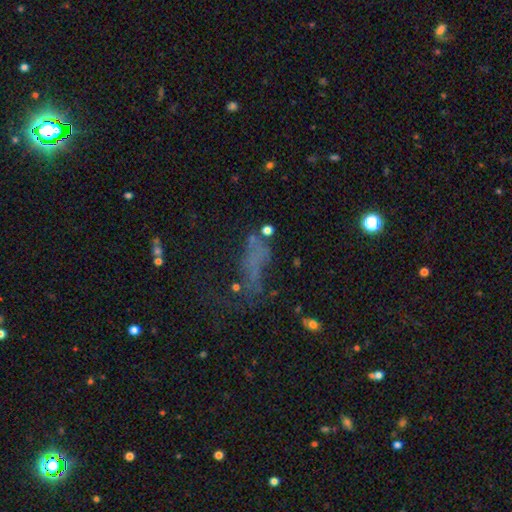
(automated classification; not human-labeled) smooth_or_featured: smooth (p=0.40) [alt: featured or disk p=0.30]
merging: major disturbance (p=0.40) [alt: none p=0.31]